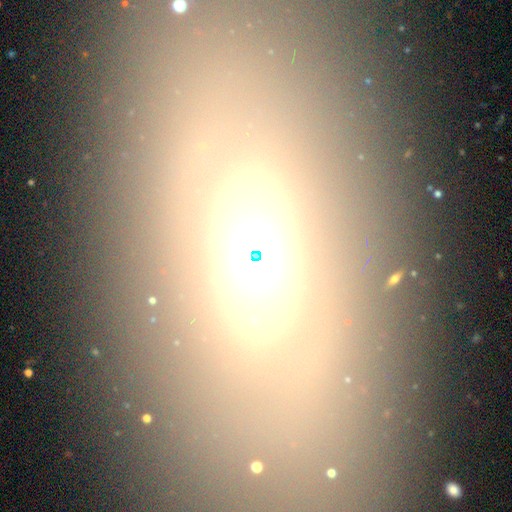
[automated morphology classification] type=smooth (45%); merging=none (81%).